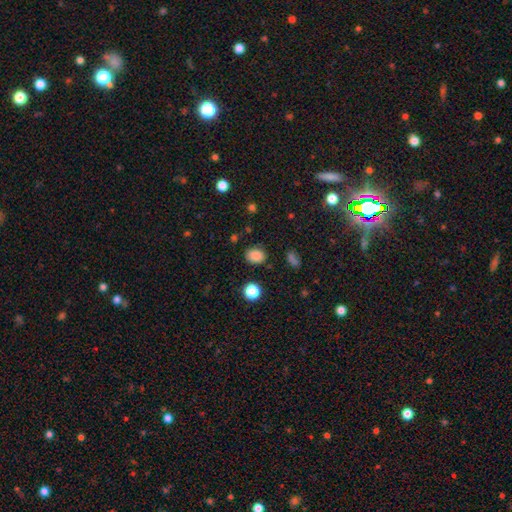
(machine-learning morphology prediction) Smooth or featured?
  - smooth: 84% *
  - star or artifact: 12%
  - featured or disk: 4%
How rounded?
  - in between: 51% *
  - round: 48%
  - cigar-shaped: 1%
Merging?
  - none: 83% *
  - minor disturbance: 11%
  - major disturbance: 3%
  - merger: 3%